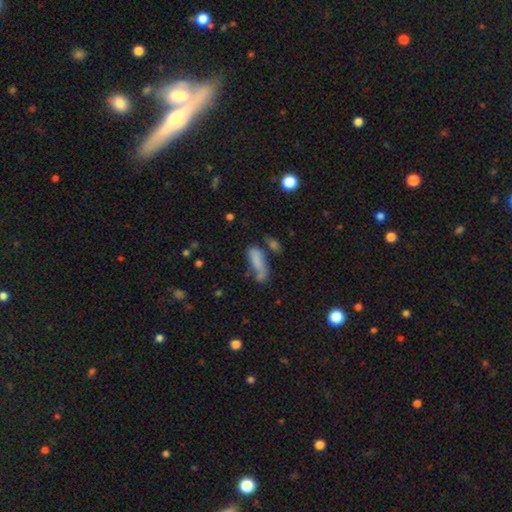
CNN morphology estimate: smooth 73%, featured or disk 16%, star or artifact 11%. Down the decision tree: how rounded — in between (51%); merging — none (42%).